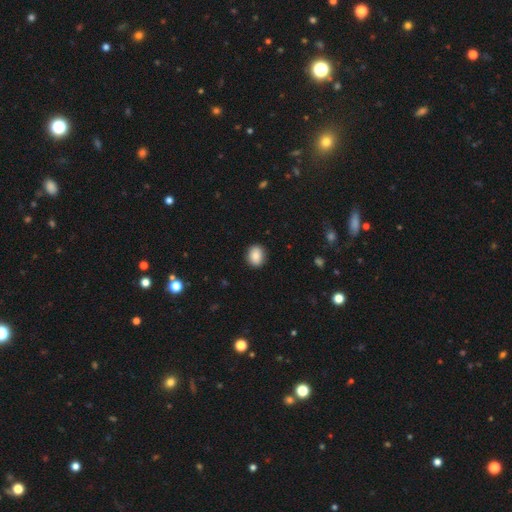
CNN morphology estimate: The model was most divided on "how rounded": round: 53%, in between: 46%, cigar-shaped: 1%. More confident: merging — none (89%); smooth or featured — smooth (84%).